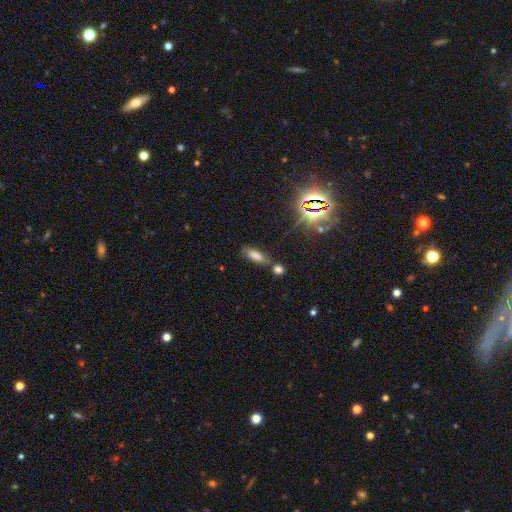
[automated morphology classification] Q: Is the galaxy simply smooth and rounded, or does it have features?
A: smooth — 74%.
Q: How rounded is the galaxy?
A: in between — 71%.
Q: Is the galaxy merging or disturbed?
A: none — 68%.